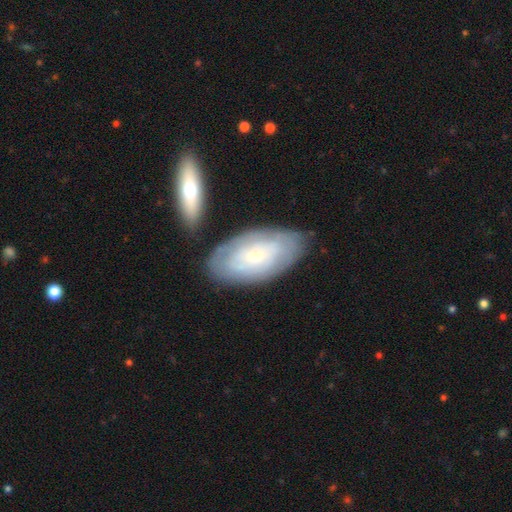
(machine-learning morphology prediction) This appears to be a featured or disk galaxy (49%). Merging: none (73%).